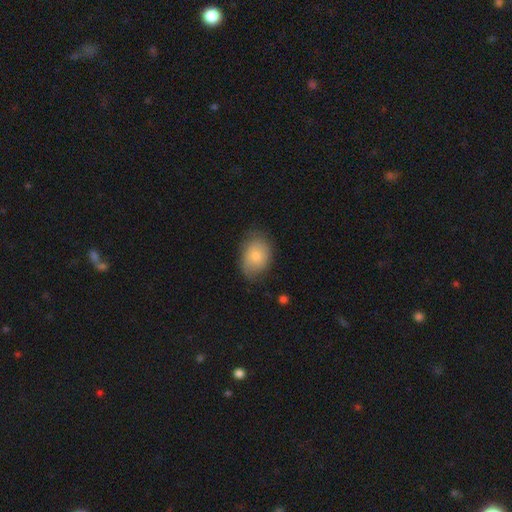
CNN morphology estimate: Smooth or featured: smooth — 78% (featured or disk — 15%)
How rounded: in between — 72% (round — 27%)
Merging: none — 68% (minor disturbance — 24%)